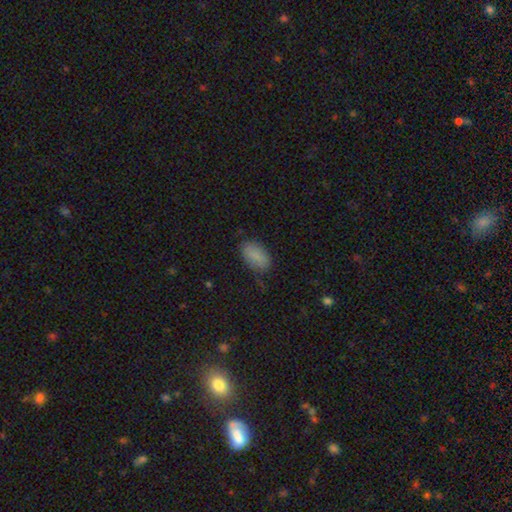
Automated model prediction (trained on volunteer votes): Morphology: type=smooth (86%); roundness=in between (93%); merging=none (76%).